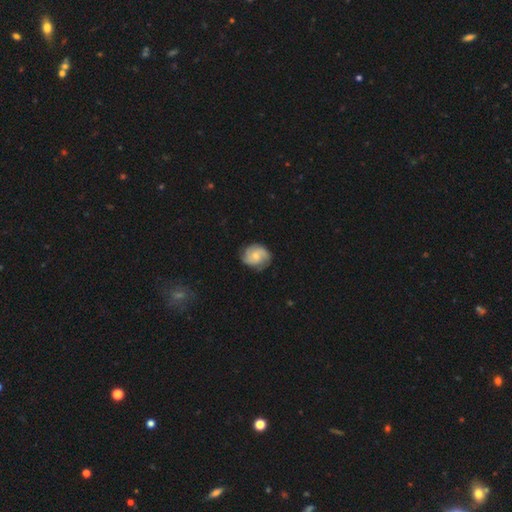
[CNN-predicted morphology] Smooth or featured? Predicted: featured or disk (p=0.66). Edge-on disk? Predicted: no (p=0.98). Bar? Predicted: no (p=0.67). Spiral arms? Predicted: yes (p=0.94). Spiral winding? Predicted: medium (p=0.43). Spiral arm count? Predicted: 2 (p=0.36). Bulge size? Predicted: small (p=0.49). Merging? Predicted: none (p=0.78).